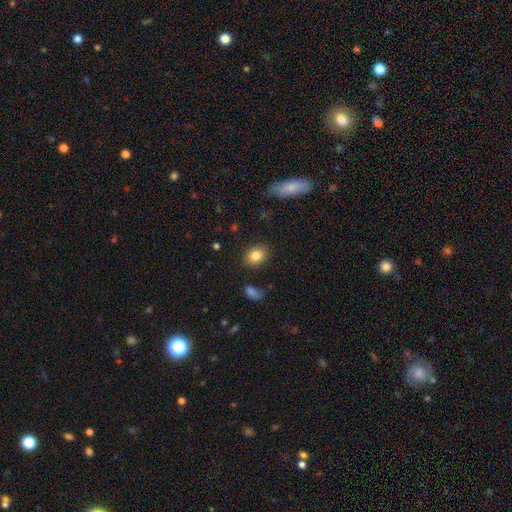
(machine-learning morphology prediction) The model was most divided on "how rounded": in between: 62%, round: 37%, cigar-shaped: 1%. More confident: merging — none (84%); smooth or featured — smooth (84%).